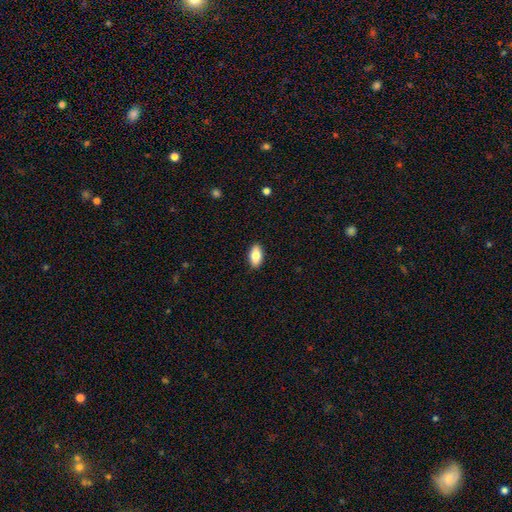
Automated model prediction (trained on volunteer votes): smooth-or-featured: smooth: 82% | featured or disk: 11% | star or artifact: 7%
  how-rounded: in between: 91% | cigar-shaped: 5% | round: 4%
  merging: none: 89% | minor disturbance: 9% | major disturbance: 2% | merger: 1%